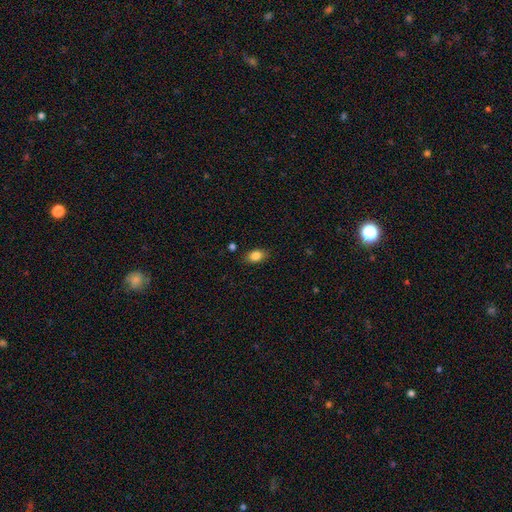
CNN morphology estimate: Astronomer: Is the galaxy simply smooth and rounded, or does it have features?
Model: smooth — 84%.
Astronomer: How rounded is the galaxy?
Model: in between — 83%.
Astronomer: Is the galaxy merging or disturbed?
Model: none — 84%.